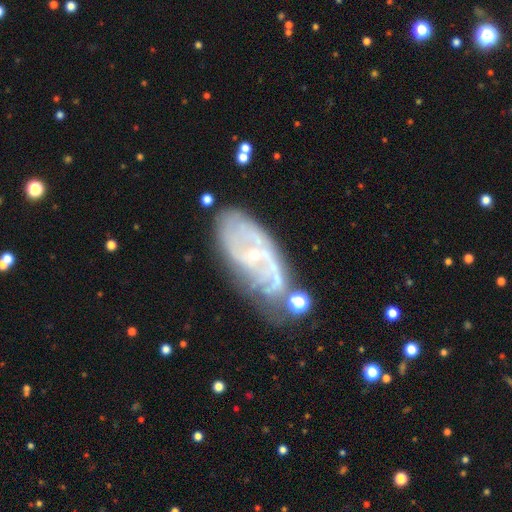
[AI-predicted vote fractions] smooth_or_featured: featured or disk (p=0.81) [alt: smooth p=0.12]
disk_edge_on: no (p=0.93) [alt: yes p=0.07]
bar: no (p=0.57) [alt: weak p=0.33]
has_spiral_arms: yes (p=0.89) [alt: no p=0.11]
spiral_winding: tight (p=0.42) [alt: medium p=0.38]
spiral_arm_count: can't tell (p=0.36) [alt: 2 p=0.35]
bulge_size: small (p=0.81) [alt: moderate p=0.15]
merging: none (p=0.58) [alt: minor disturbance p=0.24]